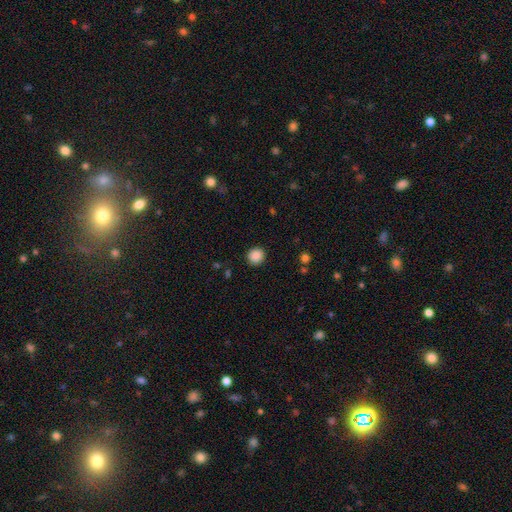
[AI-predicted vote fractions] This appears to be a smooth galaxy with no disk features (88%) that is round (93%). Merging: none (92%).